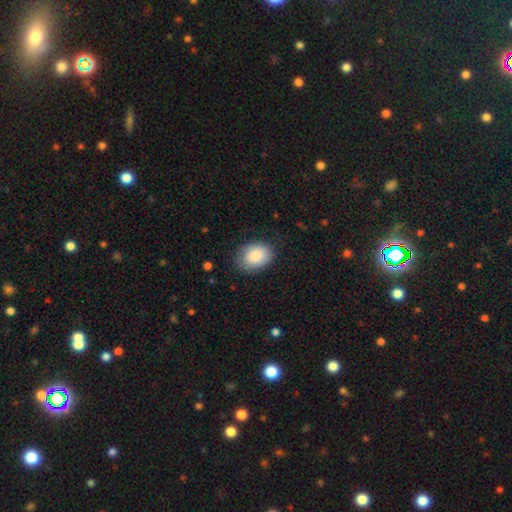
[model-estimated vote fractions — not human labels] smooth_or_featured: smooth (p=0.86) [alt: featured or disk p=0.07]
how_rounded: in between (p=0.72) [alt: round p=0.28]
merging: none (p=0.79) [alt: minor disturbance p=0.16]